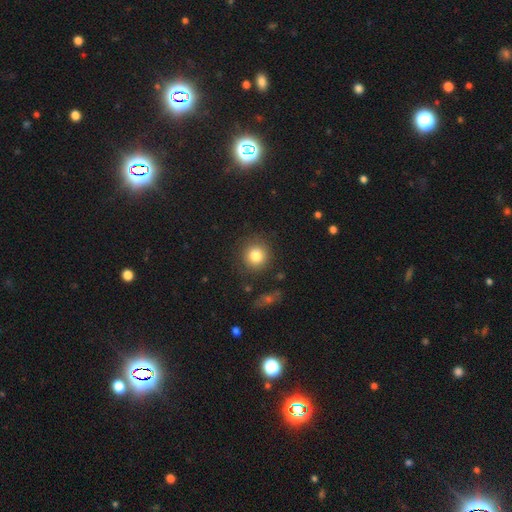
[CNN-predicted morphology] Q: Smooth or featured?
A: smooth (81%); runner-up: star or artifact (11%)
Q: How rounded?
A: round (91%); runner-up: in between (8%)
Q: Merging?
A: none (86%); runner-up: minor disturbance (9%)